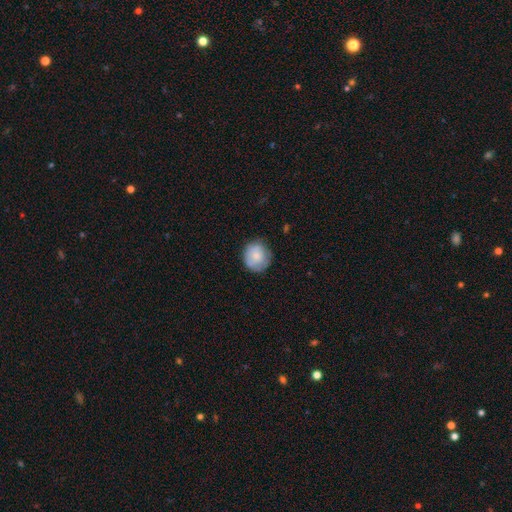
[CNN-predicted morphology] Smooth or featured? Predicted: smooth (p=0.70). How rounded? Predicted: round (p=0.84). Merging? Predicted: none (p=0.73).